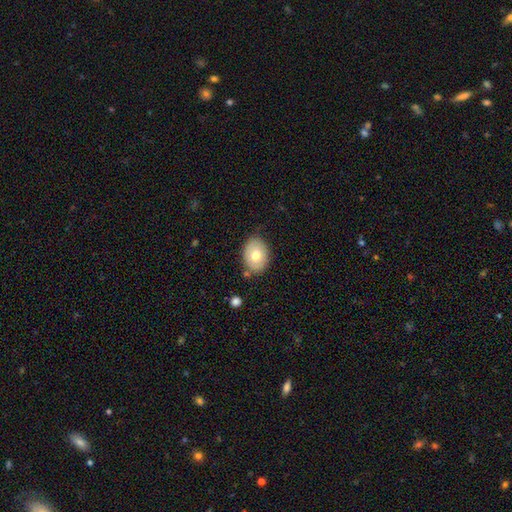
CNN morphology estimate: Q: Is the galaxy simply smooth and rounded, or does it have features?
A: smooth — 71%.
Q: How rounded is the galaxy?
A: in between — 70%.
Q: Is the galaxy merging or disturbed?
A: none — 79%.